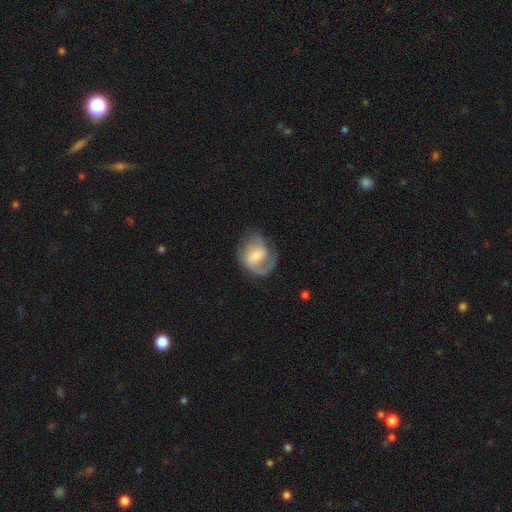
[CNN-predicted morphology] Smooth or featured?
  - featured or disk: 73% *
  - smooth: 21%
  - star or artifact: 6%
Edge-on disk?
  - no: 98% *
  - yes: 2%
Bar?
  - weak: 52% *
  - no: 29%
  - strong: 19%
Spiral arms?
  - yes: 91% *
  - no: 9%
Spiral winding?
  - medium: 47% *
  - loose: 27%
  - tight: 26%
Spiral arm count?
  - 2: 54% *
  - 1: 28%
  - can't tell: 10%
  - 3: 5%
  - 4: 1%
  - more than 4: 1%
Bulge size?
  - small: 43% *
  - moderate: 39%
  - none: 9%
  - large: 7%
  - dominant: 1%
Merging?
  - none: 59% *
  - minor disturbance: 21%
  - major disturbance: 18%
  - merger: 2%